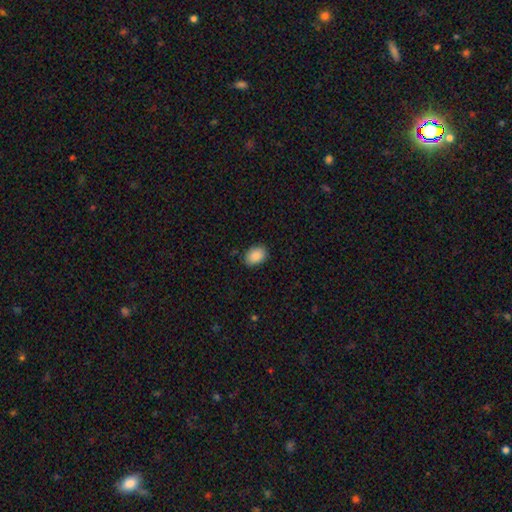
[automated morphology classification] Overall: smooth (89%). How rounded: in between (75%). Merging: none (85%).